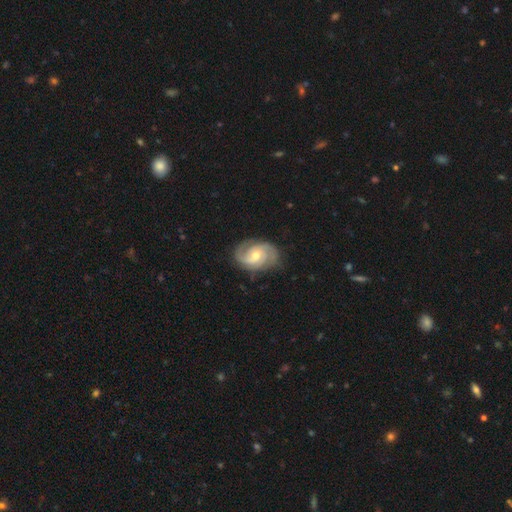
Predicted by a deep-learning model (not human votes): Overall: featured or disk (88%). Edge-on disk: no (98%). Bar: no (57%; weak 36%). Spiral arms: yes (97%). Spiral arm count: 2 (57%; 3 23%). Spiral winding: tight (47%; medium 43%). Bulge size: moderate (62%; small 34%). Merging: none (77%).